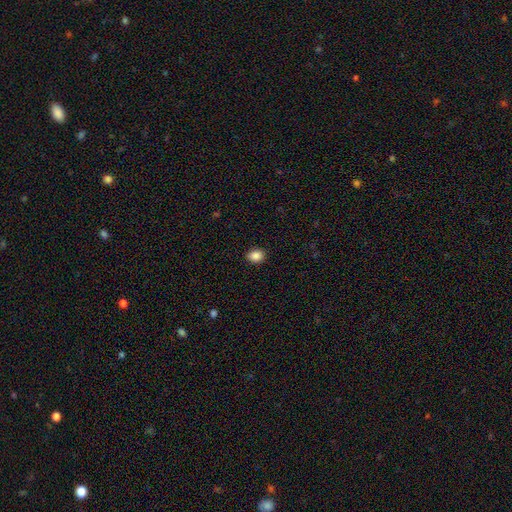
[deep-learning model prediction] A smooth galaxy with no disk features (87%) that is in between round and cigar-shaped (51%). Merging: none (90%).